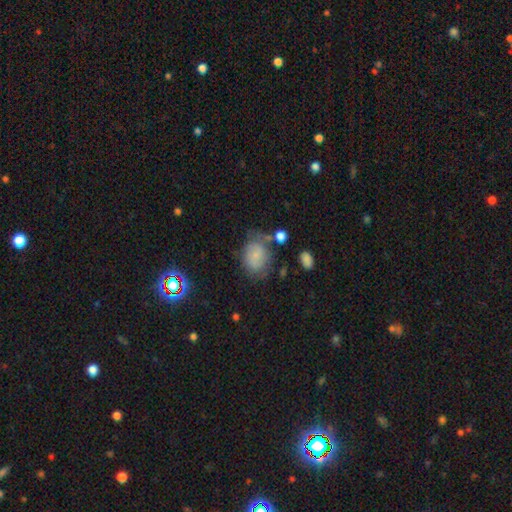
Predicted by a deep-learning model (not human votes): A smooth galaxy with no disk features (61%) that is in between round and cigar-shaped (56%).

Vote fractions:
- Smooth or featured? smooth: 61% / featured or disk: 28% / star or artifact: 11%
- How rounded? in between: 56% / round: 43% / cigar-shaped: 1%
- Merging? none: 52% / minor disturbance: 27% / major disturbance: 14% / merger: 7%